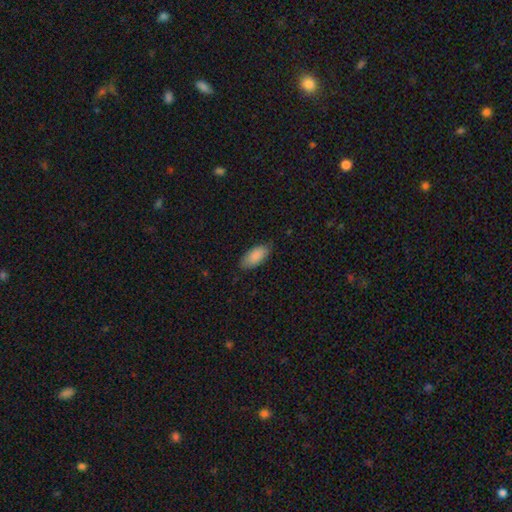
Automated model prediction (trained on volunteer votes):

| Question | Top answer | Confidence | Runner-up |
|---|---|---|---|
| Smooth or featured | smooth | 89% | star or artifact (6%) |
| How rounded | in between | 92% | cigar-shaped (6%) |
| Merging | none | 81% | minor disturbance (16%) |